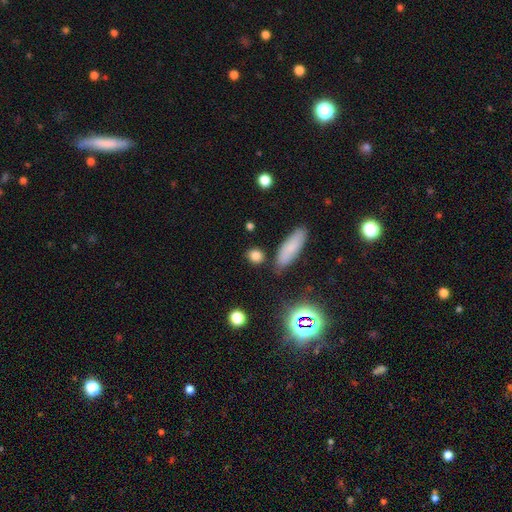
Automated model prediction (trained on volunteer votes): Overall: smooth (81%). How rounded: round (61%; in between 32%). Merging: none (79%).